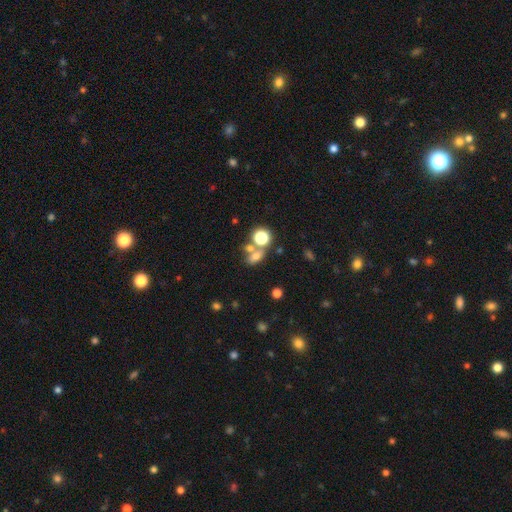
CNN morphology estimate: A smooth galaxy with no disk features (66%) that is in between round and cigar-shaped (63%).

Vote fractions:
- Smooth or featured? smooth: 66% / star or artifact: 20% / featured or disk: 14%
- How rounded? in between: 63% / round: 32% / cigar-shaped: 5%
- Merging? none: 46% / merger: 36% / minor disturbance: 11% / major disturbance: 6%